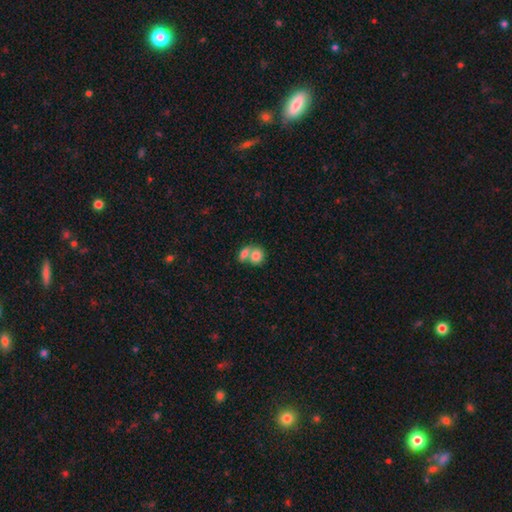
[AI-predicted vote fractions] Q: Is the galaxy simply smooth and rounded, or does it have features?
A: smooth — 80%.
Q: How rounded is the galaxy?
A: round — 55%.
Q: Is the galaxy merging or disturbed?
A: merger — 63%.